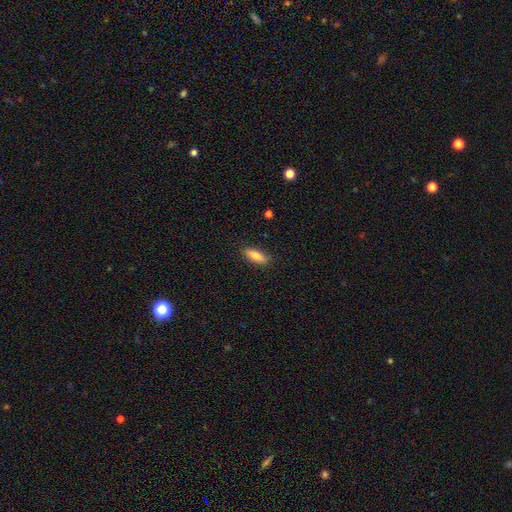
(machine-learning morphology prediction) Smooth or featured? smooth (78%)
How rounded? in between (66%)
Merging? none (87%)